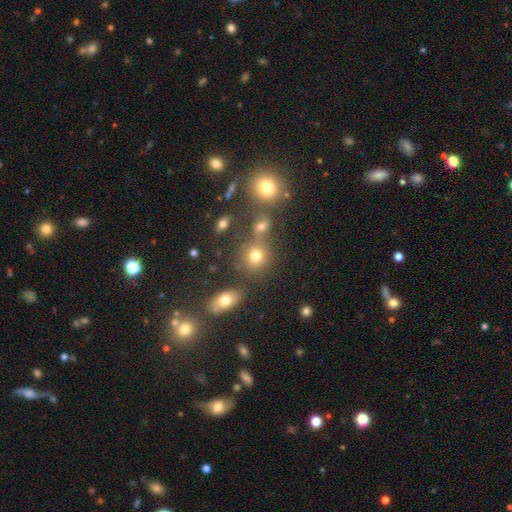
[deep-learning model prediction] This is likely a smooth galaxy (75%). How rounded: likely round (79%). Merging: likely none (62%).